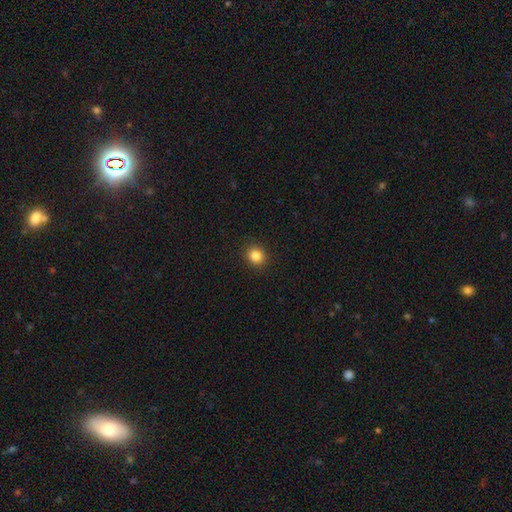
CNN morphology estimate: smooth_or_featured: smooth (p=0.85) [alt: star or artifact p=0.11]
how_rounded: round (p=0.81) [alt: in between p=0.18]
merging: none (p=0.91) [alt: minor disturbance p=0.06]